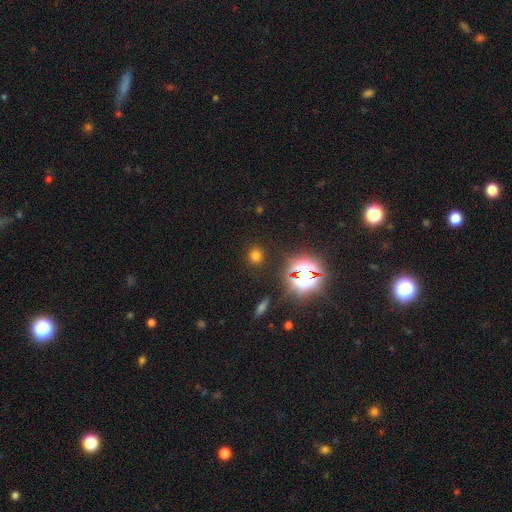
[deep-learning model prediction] Smooth or featured: smooth — 65% (star or artifact — 28%)
How rounded: round — 83% (in between — 15%)
Merging: none — 88% (minor disturbance — 7%)